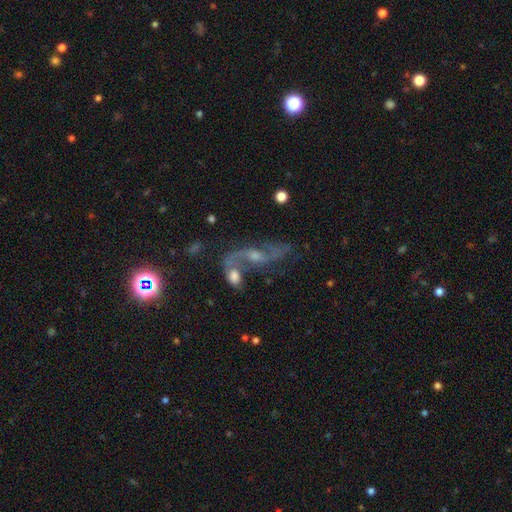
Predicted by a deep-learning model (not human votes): smooth-or-featured: featured or disk: 76% | star or artifact: 12% | smooth: 11%
  disk-edge-on: no: 89% | yes: 11%
    bar: no: 54% | weak: 36% | strong: 10%
    has-spiral-arms: yes: 88% | no: 12%
      spiral-winding: loose: 74% | medium: 20% | tight: 6%
      spiral-arm-count: 2: 86% | 1: 5% | can't tell: 5% | 3: 2% | 4: 1% | more than 4: 1%
    bulge-size: moderate: 47% | small: 38% | none: 7% | large: 6% | dominant: 2%
  merging: none: 38% | merger: 34% | minor disturbance: 14% | major disturbance: 14%